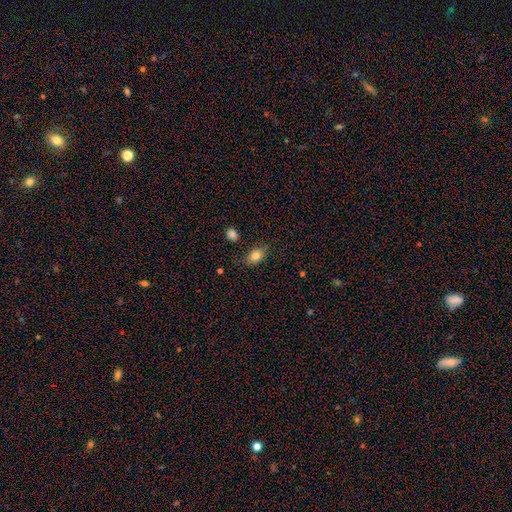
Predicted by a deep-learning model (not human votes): Morphology: type=smooth (82%); roundness=in between (77%); merging=none (76%).